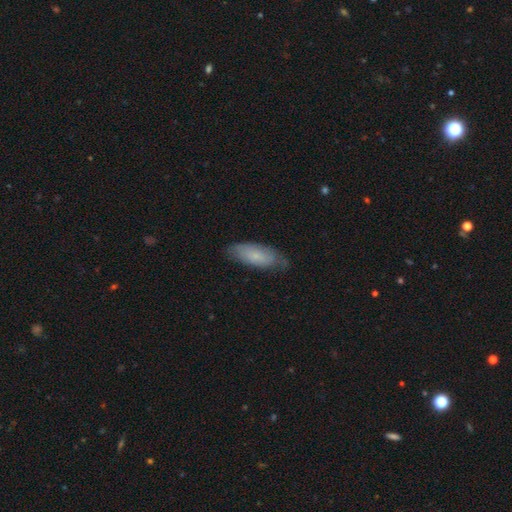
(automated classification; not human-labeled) This appears to be a smooth galaxy with no disk features (68%) that is in between round and cigar-shaped (77%). Merging: none (70%).